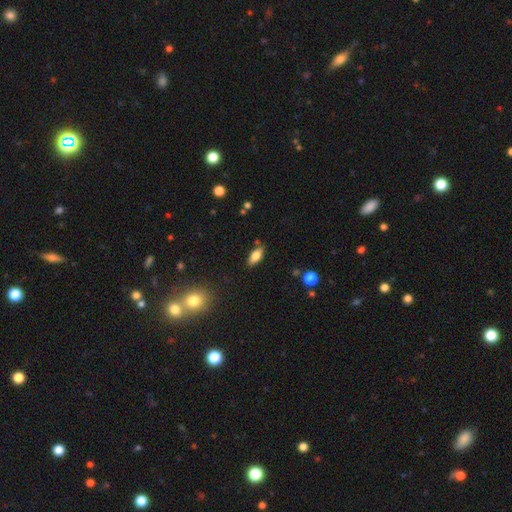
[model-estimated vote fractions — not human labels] This appears to be a smooth galaxy with no disk features (74%) that is in between round and cigar-shaped (83%). Merging: none (81%).